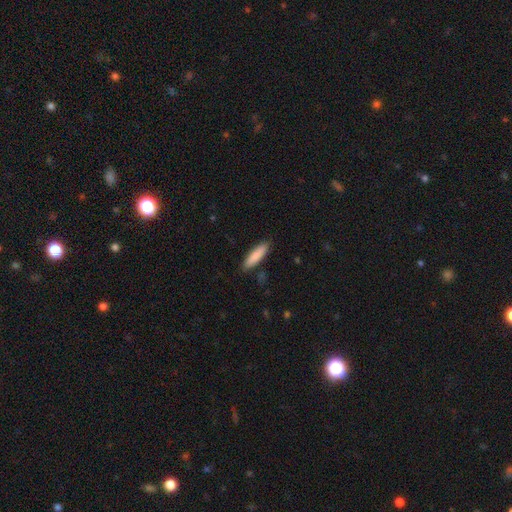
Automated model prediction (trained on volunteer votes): Morphology: type=smooth (85%); roundness=cigar-shaped (73%); merging=none (87%).